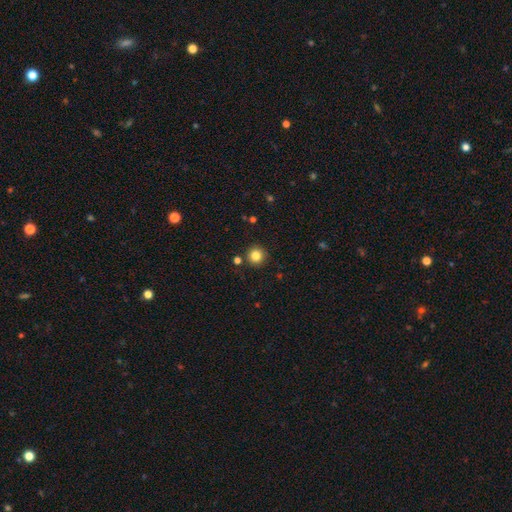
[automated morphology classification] smooth-or-featured: smooth: 83% | star or artifact: 12% | featured or disk: 5%
  how-rounded: round: 95% | in between: 4% | cigar-shaped: 1%
  merging: none: 89% | minor disturbance: 6% | merger: 3% | major disturbance: 2%